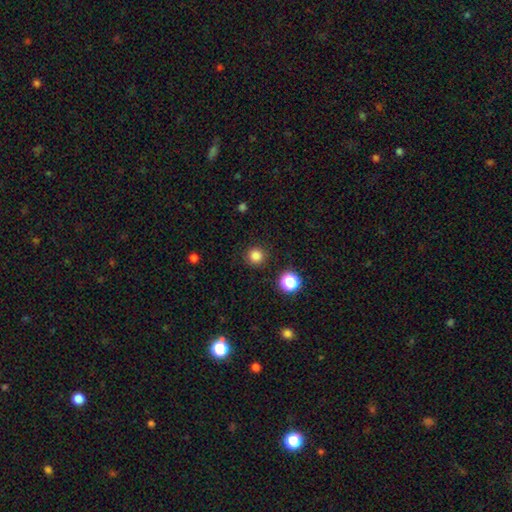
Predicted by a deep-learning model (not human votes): A smooth galaxy with no disk features (83%) that is round (95%). Merging: none (90%).